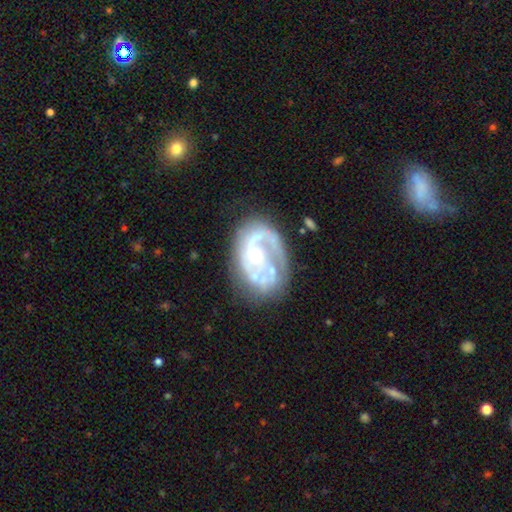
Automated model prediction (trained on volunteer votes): A featured or disk galaxy (81%) with no bar (75%), 2 (37%) tight (41%) spiral arms (77%) and a small central bulge (60%).

Vote fractions:
- Smooth or featured? featured or disk: 81% / smooth: 13% / star or artifact: 6%
- Edge-on disk? no: 98% / yes: 2%
- Bar? no: 75% / weak: 20% / strong: 5%
- Spiral arms? yes: 77% / no: 23%
- Spiral winding? tight: 41% / medium: 39% / loose: 21%
- Spiral arm count? 2: 37% / 1: 29% / can't tell: 23% / 3: 7% / 4: 2% / more than 4: 2%
- Bulge size? small: 60% / moderate: 34% / none: 3% / large: 2% / dominant: 1%
- Merging? none: 52% / minor disturbance: 23% / major disturbance: 19% / merger: 6%